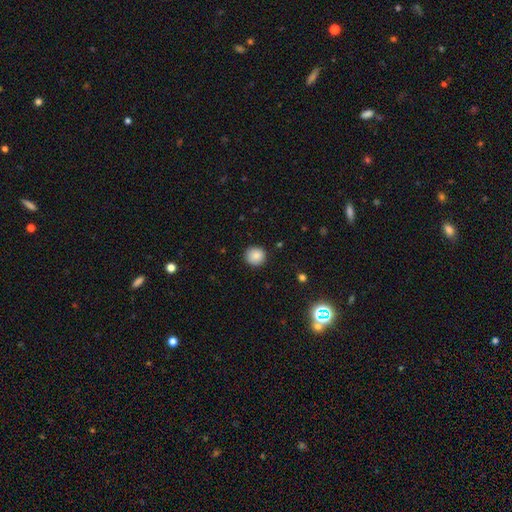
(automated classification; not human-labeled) smooth_or_featured: smooth (p=0.84) [alt: star or artifact p=0.10]
how_rounded: round (p=0.94) [alt: in between p=0.05]
merging: none (p=0.90) [alt: minor disturbance p=0.07]